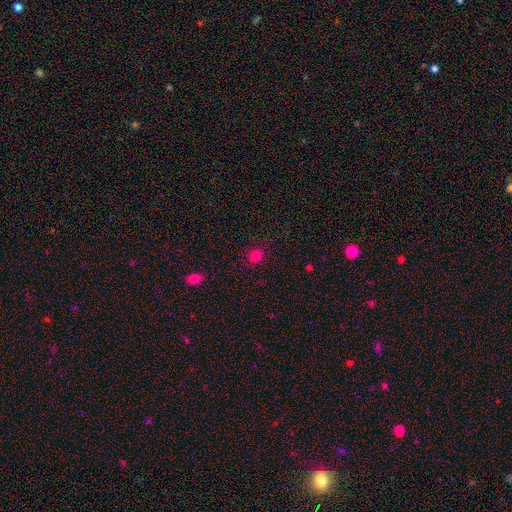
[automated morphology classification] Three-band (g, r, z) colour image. It shows a smooth galaxy with no disk features (81%) that is round (89%). Merging: none (89%).